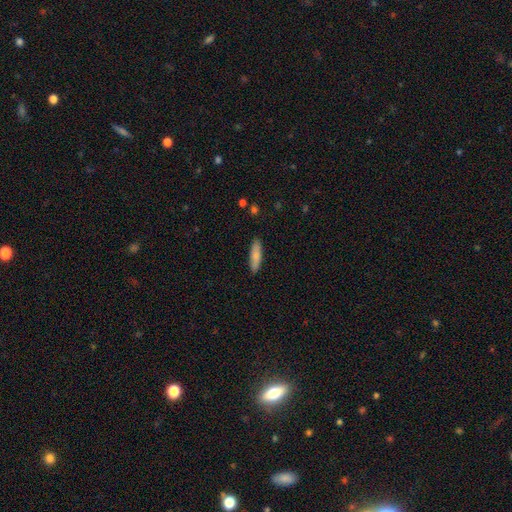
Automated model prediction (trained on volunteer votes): Q: Smooth or featured?
A: smooth (82%); runner-up: featured or disk (12%)
Q: How rounded?
A: cigar-shaped (71%); runner-up: in between (28%)
Q: Merging?
A: none (89%); runner-up: minor disturbance (8%)